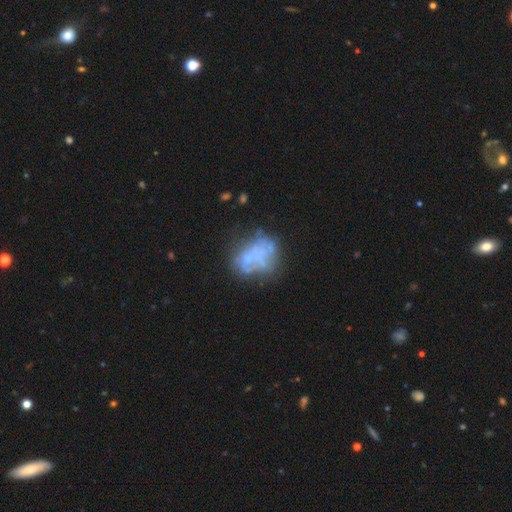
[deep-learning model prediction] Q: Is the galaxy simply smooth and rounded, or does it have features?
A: featured or disk — 57%.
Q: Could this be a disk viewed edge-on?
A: no — 98%.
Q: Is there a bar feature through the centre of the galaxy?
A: no — 94%.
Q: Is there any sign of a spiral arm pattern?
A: no — 94%.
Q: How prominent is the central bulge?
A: none — 82%.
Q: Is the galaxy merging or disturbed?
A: none — 43%.